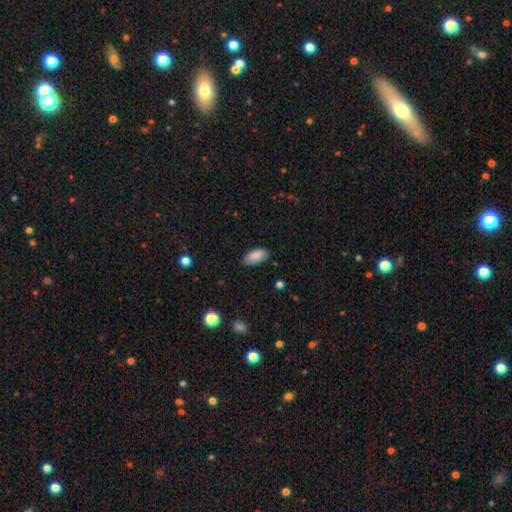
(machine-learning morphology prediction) A smooth galaxy with no disk features (89%) that is in between round and cigar-shaped (91%). Merging: none (85%).